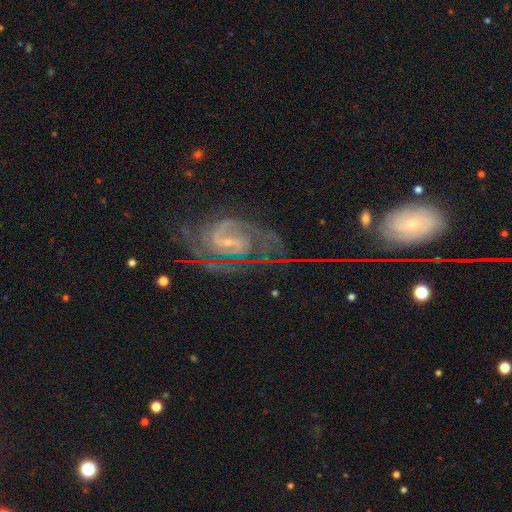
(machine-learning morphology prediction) featured or disk 67%, star or artifact 23%, smooth 11%. Down the decision tree: edge-on disk — no (90%); bar — weak (38%); spiral arms — yes (91%); spiral arm count — 2 (44%); spiral winding — tight (48%); bulge size — small (62%); merging — none (68%).